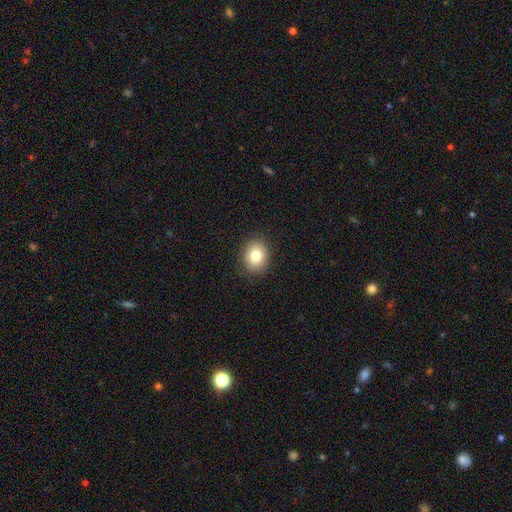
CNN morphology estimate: This appears to be a smooth galaxy with no disk features (82%) that is round (52%). Merging: none (88%).